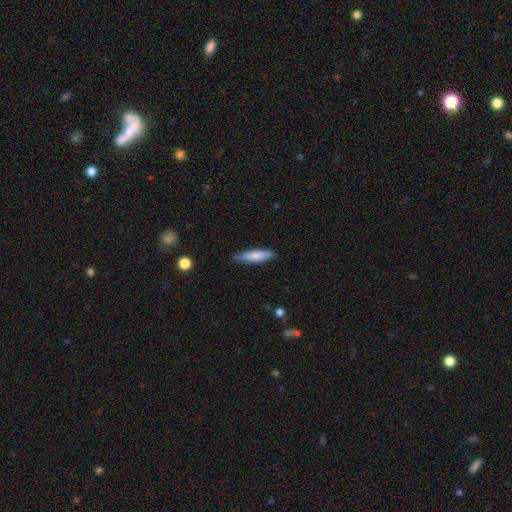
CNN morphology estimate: The model was most divided on "how rounded": cigar-shaped: 72%, in between: 27%, round: 1%. More confident: smooth or featured — smooth (75%); merging — none (74%).